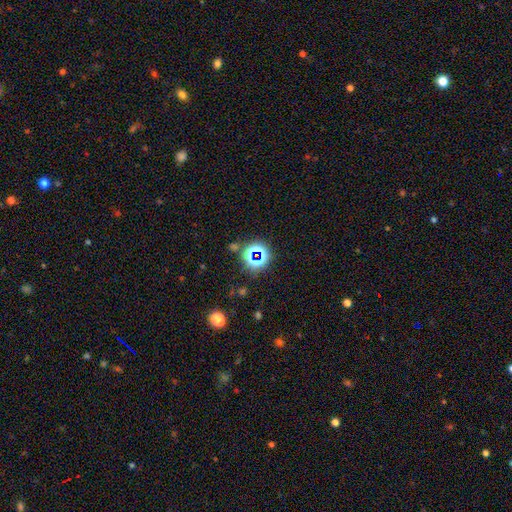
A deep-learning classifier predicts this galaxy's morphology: star or artifact 66%, smooth 24%, featured or disk 9%.